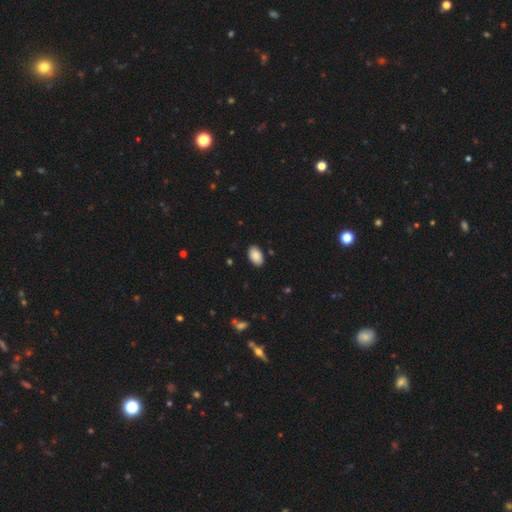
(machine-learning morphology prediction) Q: Smooth or featured?
A: smooth (89%); runner-up: star or artifact (7%)
Q: How rounded?
A: in between (93%); runner-up: round (6%)
Q: Merging?
A: none (89%); runner-up: minor disturbance (8%)